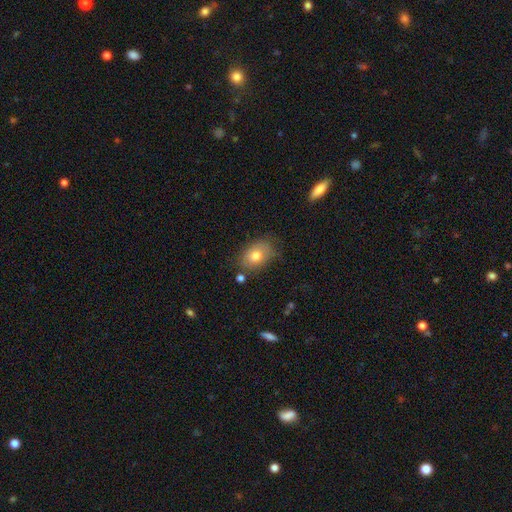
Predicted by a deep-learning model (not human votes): Smooth or featured: smooth — 76% (featured or disk — 16%)
How rounded: in between — 81% (round — 17%)
Merging: none — 69% (minor disturbance — 22%)